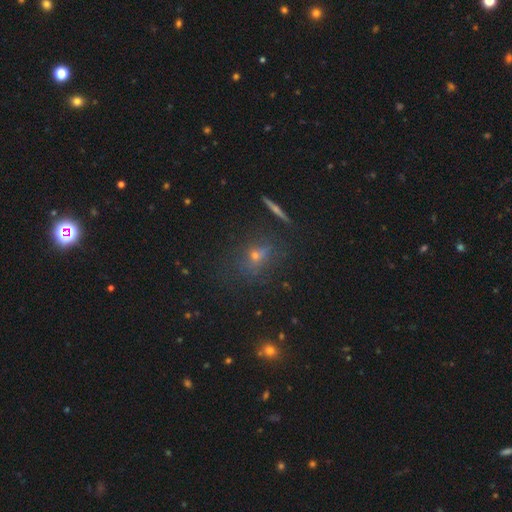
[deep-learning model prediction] smooth_or_featured: smooth (p=0.47) [alt: star or artifact p=0.33]
merging: none (p=0.77) [alt: minor disturbance p=0.12]